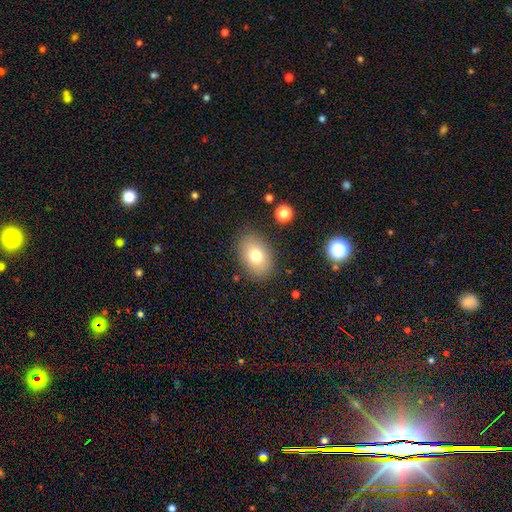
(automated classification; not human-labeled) Smooth or featured: smooth — 77% (featured or disk — 14%)
How rounded: in between — 82% (round — 17%)
Merging: none — 83% (minor disturbance — 12%)